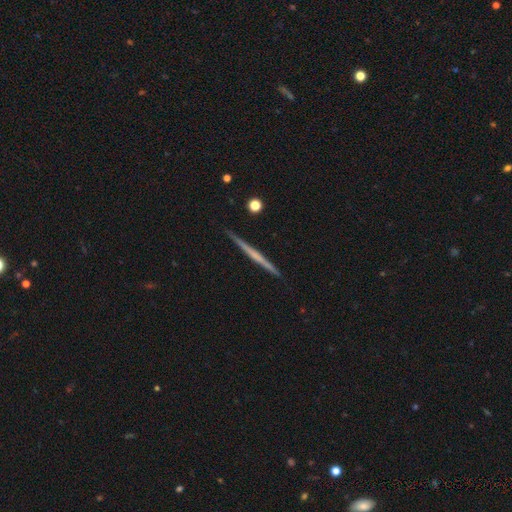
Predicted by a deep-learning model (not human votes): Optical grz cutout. It shows a featured or disk galaxy (63%) viewed edge-on (98%) with no central bulge (79%). Merging: none (91%).